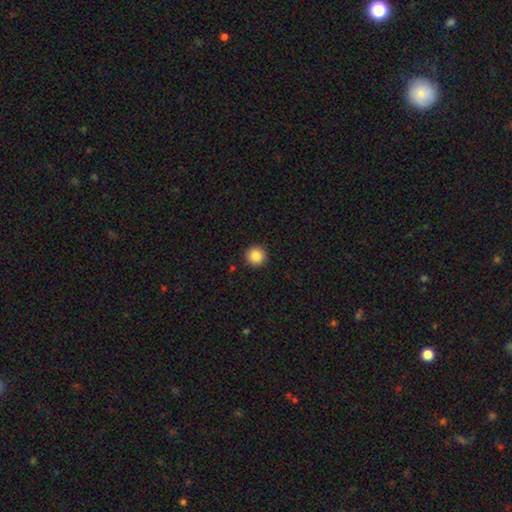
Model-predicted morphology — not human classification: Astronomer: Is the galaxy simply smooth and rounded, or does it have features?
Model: smooth — 86%.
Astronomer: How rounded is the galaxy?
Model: round — 96%.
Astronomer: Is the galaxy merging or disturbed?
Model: none — 92%.